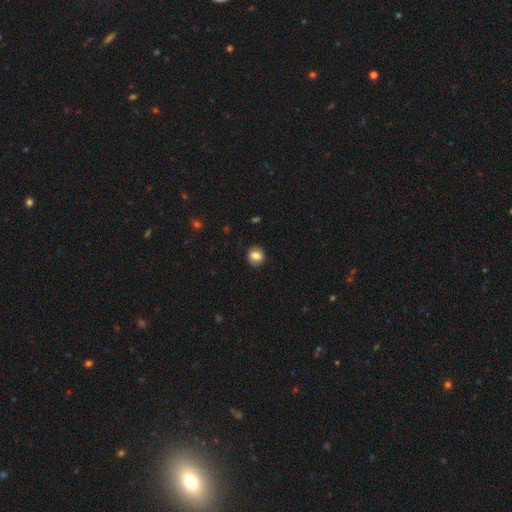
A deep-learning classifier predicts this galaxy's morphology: A smooth galaxy with no disk features (77%) that is round (69%).

Vote fractions:
- Smooth or featured? smooth: 77% / featured or disk: 15% / star or artifact: 9%
- How rounded? round: 69% / in between: 30% / cigar-shaped: 1%
- Merging? none: 85% / minor disturbance: 11% / major disturbance: 3% / merger: 1%